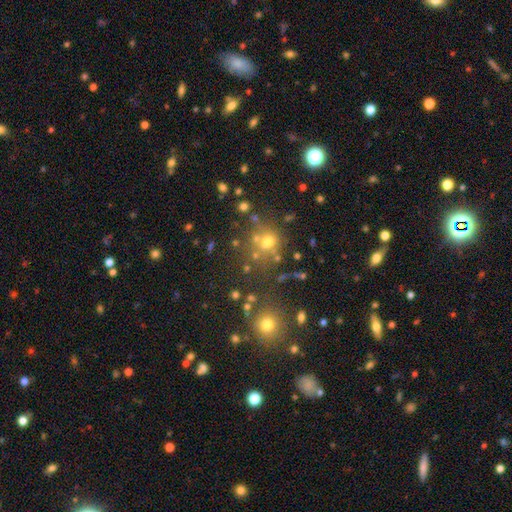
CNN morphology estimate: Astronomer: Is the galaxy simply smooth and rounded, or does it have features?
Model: smooth — 54% (runner-up: star or artifact, 34%).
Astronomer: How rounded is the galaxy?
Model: round — 84%.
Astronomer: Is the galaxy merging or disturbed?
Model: none — 65%.